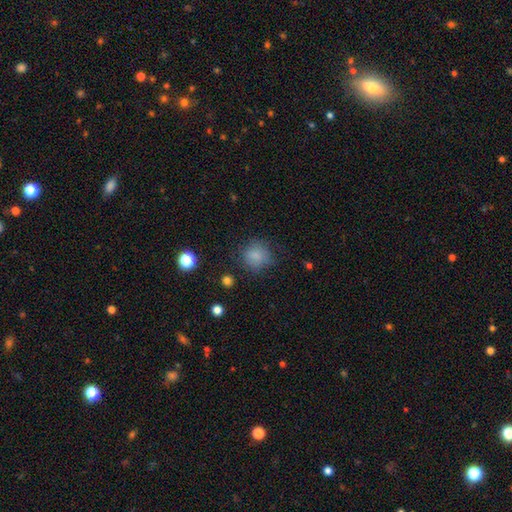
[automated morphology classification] Overall: smooth (80%). How rounded: round (84%). Merging: none (74%).